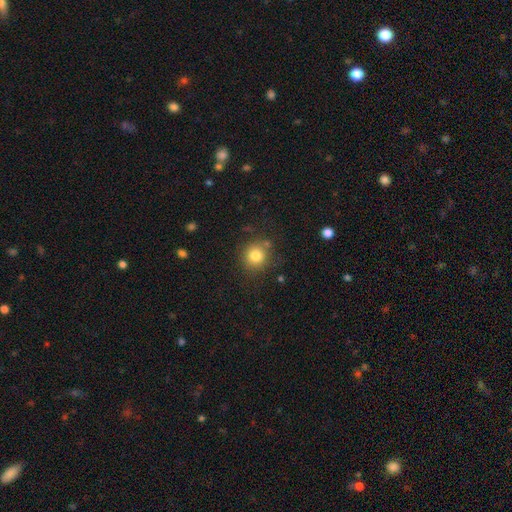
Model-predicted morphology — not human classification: Overall: smooth (80%). How rounded: round (90%). Merging: none (81%).